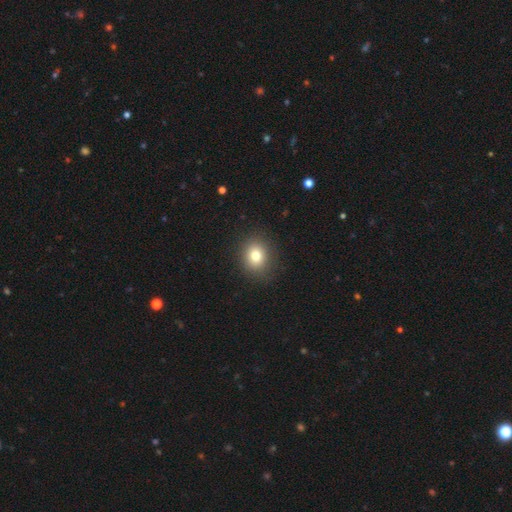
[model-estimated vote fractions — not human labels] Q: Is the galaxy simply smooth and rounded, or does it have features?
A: smooth — 79%.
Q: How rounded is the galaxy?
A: round — 65%.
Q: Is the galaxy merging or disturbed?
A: none — 88%.